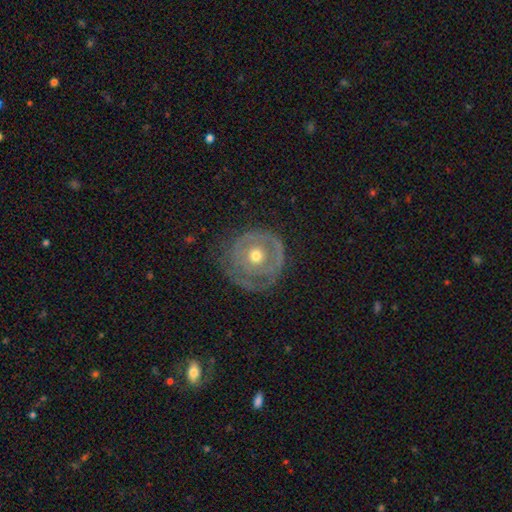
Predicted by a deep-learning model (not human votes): smooth_or_featured: featured or disk (p=0.61) [alt: smooth p=0.32]
disk_edge_on: no (p=0.96) [alt: yes p=0.04]
bar: no (p=0.87) [alt: weak p=0.10]
has_spiral_arms: no (p=0.56) [alt: yes p=0.44]
bulge_size: moderate (p=0.70) [alt: small p=0.23]
merging: none (p=0.61) [alt: minor disturbance p=0.23]